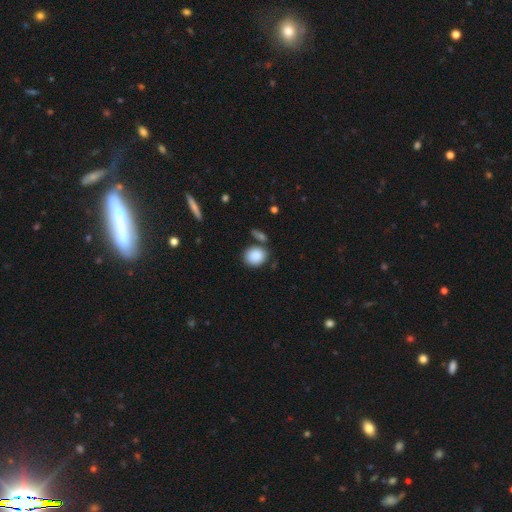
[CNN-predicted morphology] Q: Smooth or featured?
A: smooth (87%); runner-up: star or artifact (8%)
Q: How rounded?
A: round (56%); runner-up: in between (42%)
Q: Merging?
A: none (70%); runner-up: merger (13%)